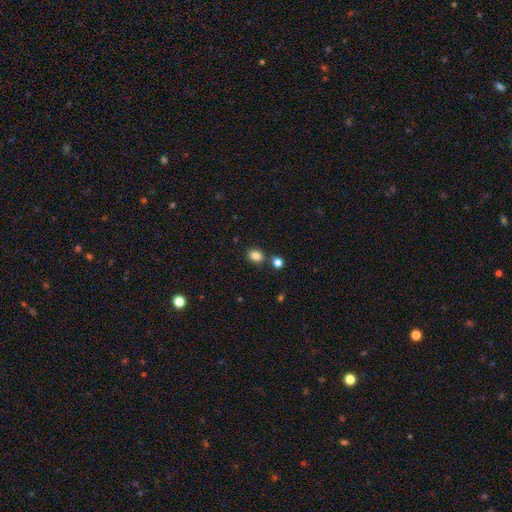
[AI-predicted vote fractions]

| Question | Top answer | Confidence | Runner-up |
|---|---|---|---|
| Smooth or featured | smooth | 84% | star or artifact (11%) |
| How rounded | in between | 51% | round (48%) |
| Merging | none | 76% | merger (11%) |